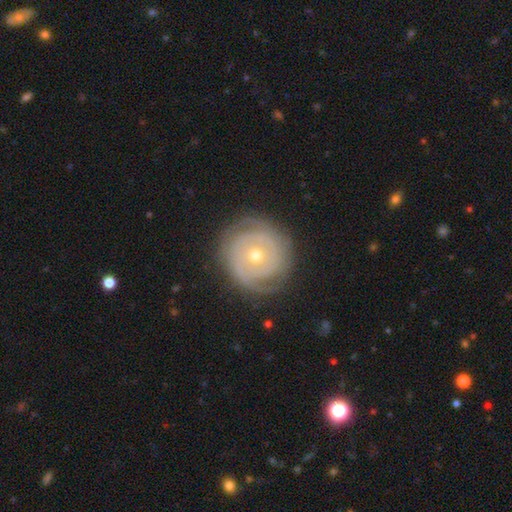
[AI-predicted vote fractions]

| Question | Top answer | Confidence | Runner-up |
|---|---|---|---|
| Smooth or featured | featured or disk | 80% | smooth (14%) |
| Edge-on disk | no | 97% | yes (3%) |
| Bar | no | 82% | weak (14%) |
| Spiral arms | yes | 88% | no (12%) |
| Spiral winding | tight | 81% | medium (14%) |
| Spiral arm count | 2 | 36% | can't tell (30%) |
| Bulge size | moderate | 49% | small (48%) |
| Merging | none | 81% | minor disturbance (13%) |